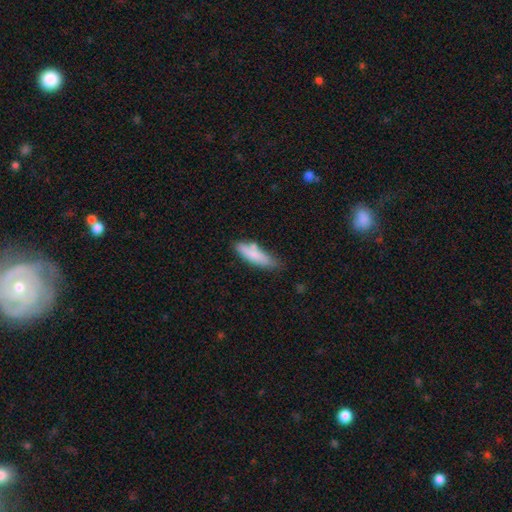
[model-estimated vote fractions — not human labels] A smooth galaxy with no disk features (77%) that is cigar-shaped (58%). Merging: none (65%).